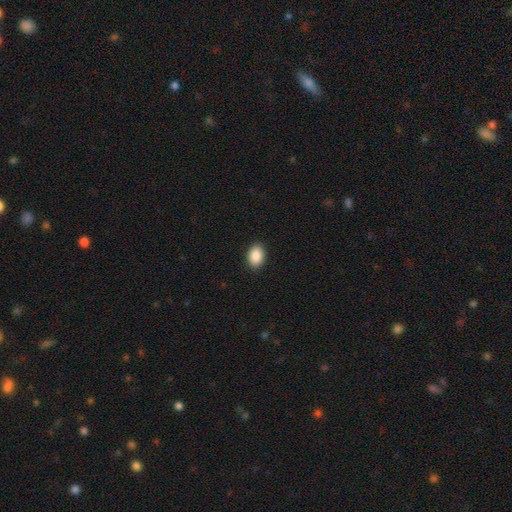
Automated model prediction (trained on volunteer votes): Smooth or featured?
  - smooth: 89% *
  - star or artifact: 7%
  - featured or disk: 4%
How rounded?
  - in between: 82% *
  - round: 17%
  - cigar-shaped: 1%
Merging?
  - none: 90% *
  - minor disturbance: 7%
  - major disturbance: 2%
  - merger: 1%